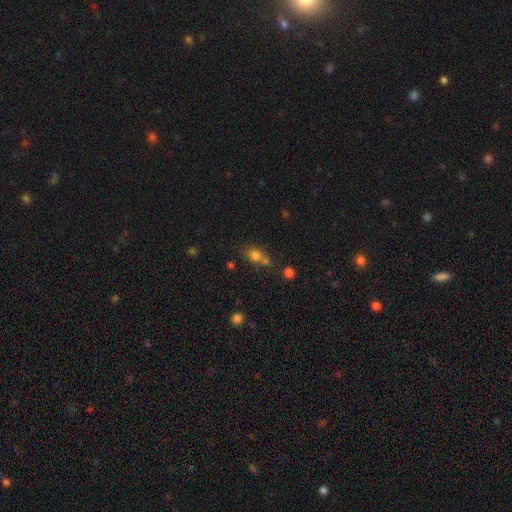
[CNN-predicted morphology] This is likely a smooth galaxy (75%). How rounded: possibly round (57%). Merging: possibly none (47%).